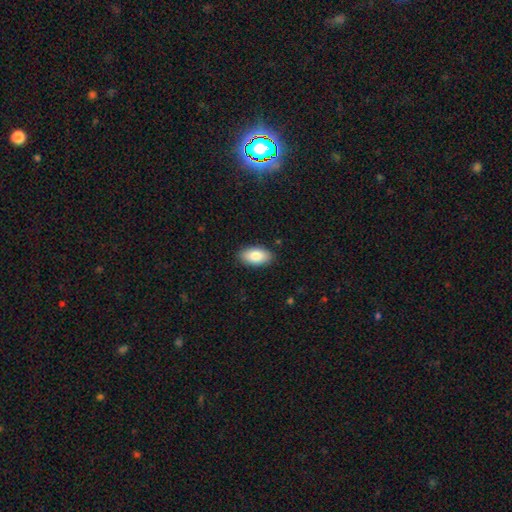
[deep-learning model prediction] Overall: smooth (86%). How rounded: in between (94%). Merging: none (88%).